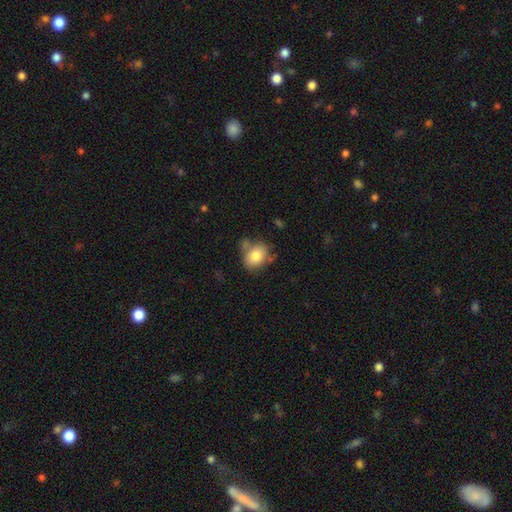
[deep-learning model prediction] Smooth or featured?
  - smooth: 78% *
  - featured or disk: 13%
  - star or artifact: 9%
How rounded?
  - round: 51% *
  - in between: 48%
  - cigar-shaped: 1%
Merging?
  - none: 61% *
  - minor disturbance: 21%
  - merger: 12%
  - major disturbance: 6%